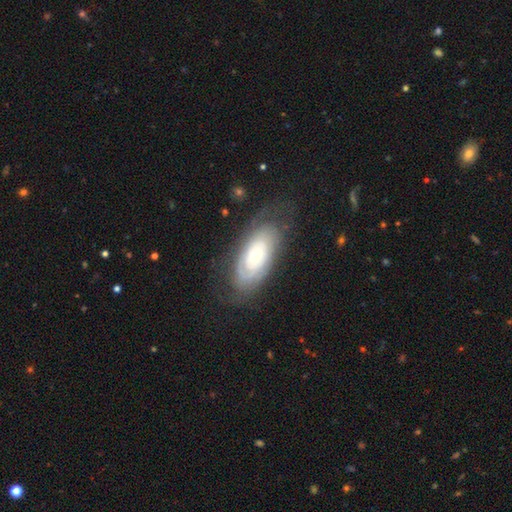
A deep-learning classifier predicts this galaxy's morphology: Smooth or featured: featured or disk — 71% (smooth — 23%)
Edge-on disk: no — 92% (yes — 8%)
Bar: no — 83% (weak — 14%)
Spiral arms: yes — 81% (no — 19%)
Spiral winding: tight — 76% (medium — 17%)
Spiral arm count: can't tell — 57% (2 — 23%)
Bulge size: small — 55% (moderate — 38%)
Merging: none — 66% (minor disturbance — 20%)